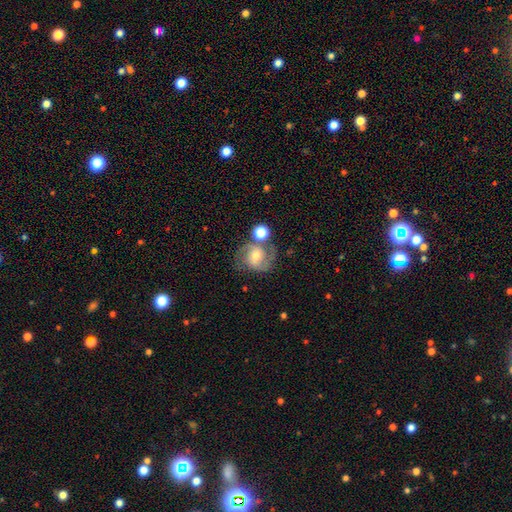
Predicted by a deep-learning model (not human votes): The model was most divided on "bar" (2-way tie): no: 43%, weak: 43%, strong: 14%. More confident: edge-on disk — no (98%); spiral arms — yes (93%); spiral arm count — 2 (88%); smooth or featured — featured or disk (74%); merging — none (61%); bulge size — moderate (58%); spiral winding — medium (56%).